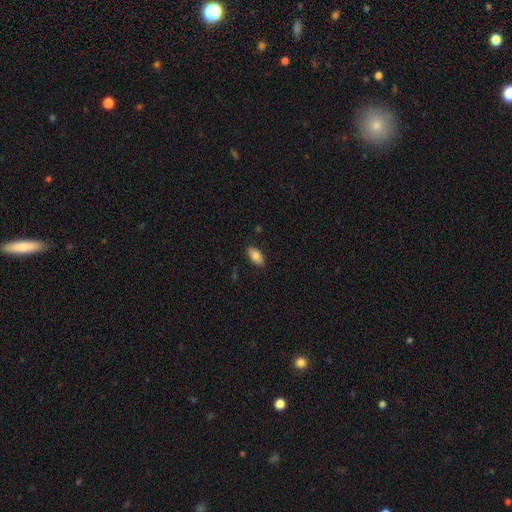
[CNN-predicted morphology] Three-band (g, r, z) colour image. It shows a smooth galaxy with no disk features (83%) that is in between round and cigar-shaped (92%). Merging: none (87%).